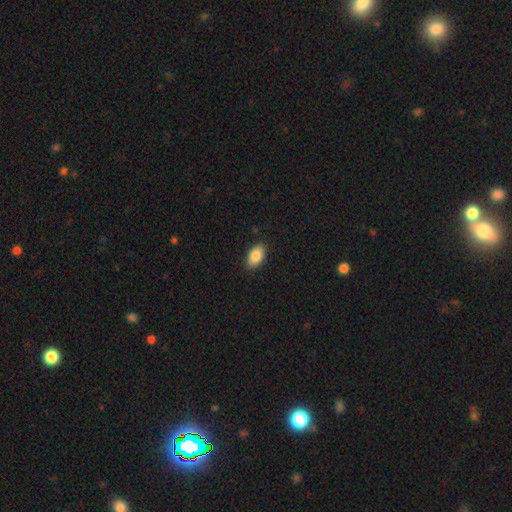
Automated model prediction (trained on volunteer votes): A smooth galaxy with no disk features (87%) that is in between round and cigar-shaped (93%).

Vote fractions:
- Smooth or featured? smooth: 87% / star or artifact: 7% / featured or disk: 6%
- How rounded? in between: 93% / round: 4% / cigar-shaped: 2%
- Merging? none: 89% / minor disturbance: 8% / major disturbance: 2% / merger: 1%